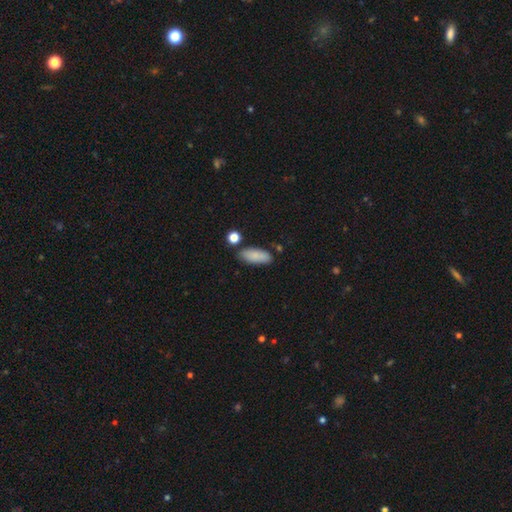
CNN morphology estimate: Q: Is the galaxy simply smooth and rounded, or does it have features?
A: smooth — 85%.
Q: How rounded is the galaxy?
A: in between — 81%.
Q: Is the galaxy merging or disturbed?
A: none — 75%.